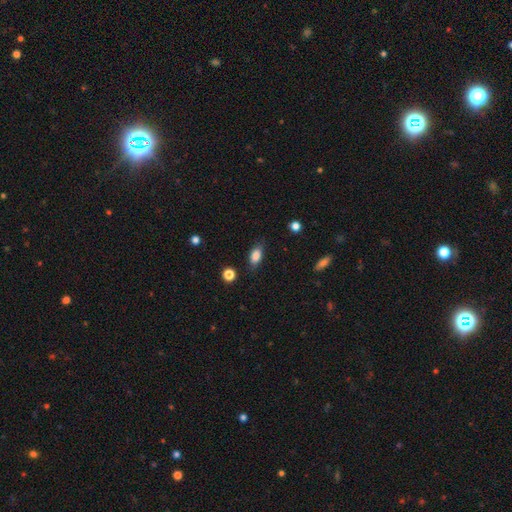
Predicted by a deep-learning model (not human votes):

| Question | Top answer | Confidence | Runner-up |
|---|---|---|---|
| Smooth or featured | smooth | 84% | star or artifact (8%) |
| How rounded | in between | 85% | cigar-shaped (8%) |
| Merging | none | 80% | minor disturbance (15%) |